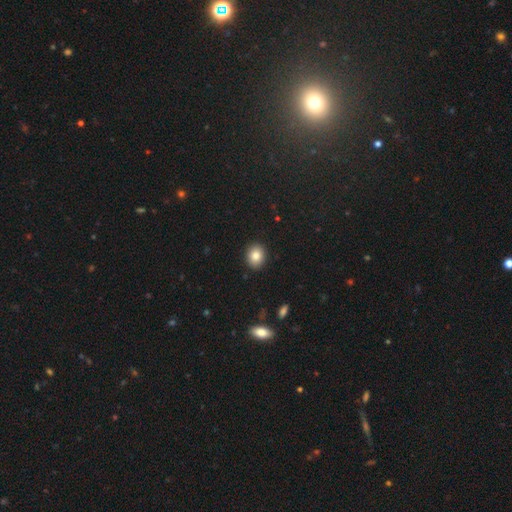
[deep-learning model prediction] This is clearly a smooth galaxy (84%). How rounded: likely round (65%). Merging: clearly none (91%).